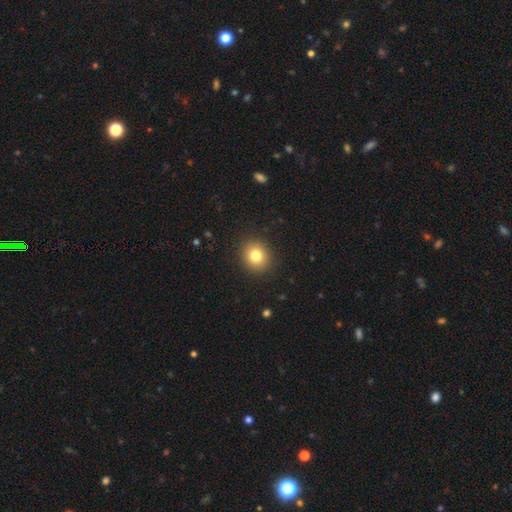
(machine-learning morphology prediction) type=smooth (80%); roundness=round (78%); merging=none (90%).